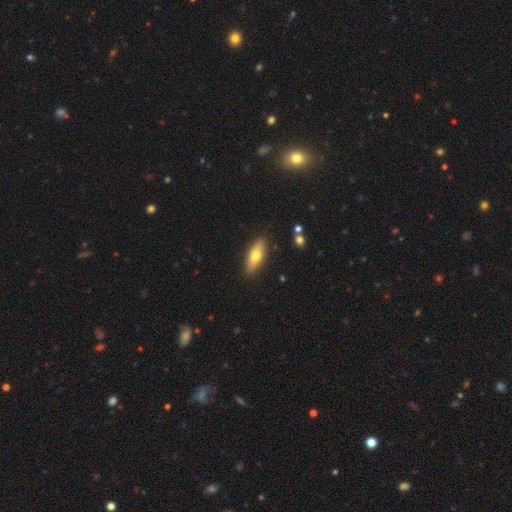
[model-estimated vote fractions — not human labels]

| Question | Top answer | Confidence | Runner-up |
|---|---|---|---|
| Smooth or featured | smooth | 65% | featured or disk (29%) |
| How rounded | in between | 66% | cigar-shaped (31%) |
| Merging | none | 87% | minor disturbance (9%) |